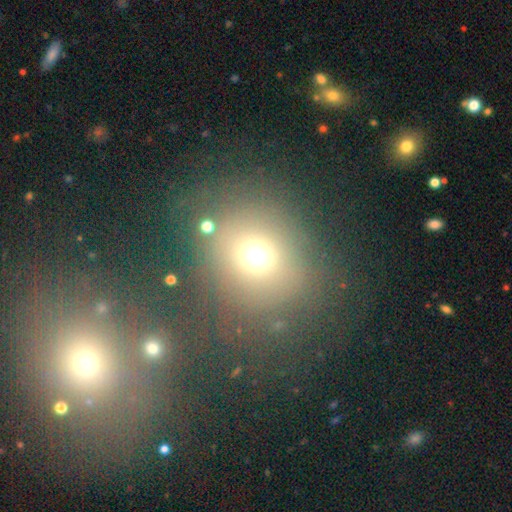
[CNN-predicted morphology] type=smooth (66%); roundness=round (78%); merging=none (71%).